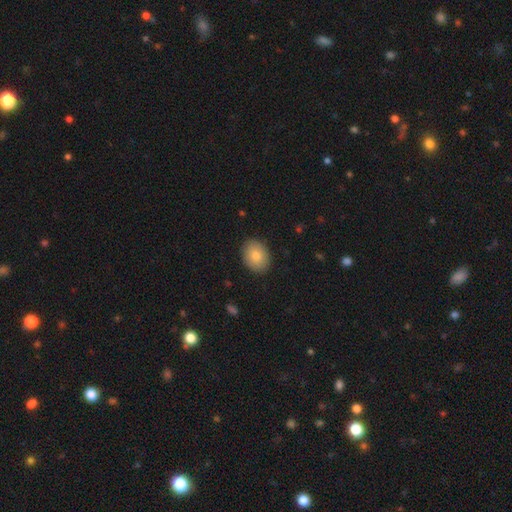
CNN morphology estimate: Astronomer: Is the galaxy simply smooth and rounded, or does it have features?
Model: smooth — 81%.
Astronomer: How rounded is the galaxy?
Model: in between — 61% (runner-up: round, 39%).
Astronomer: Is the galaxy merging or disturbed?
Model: none — 89%.